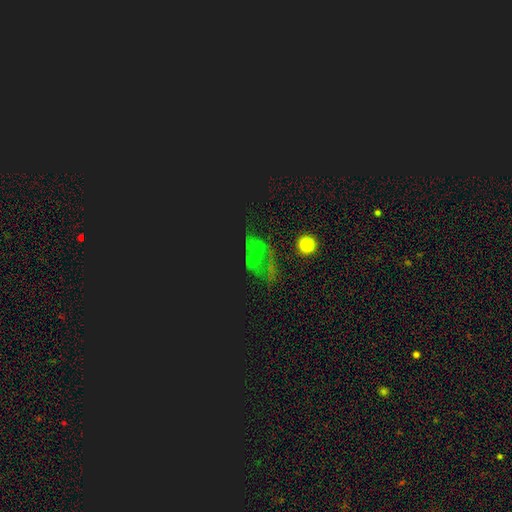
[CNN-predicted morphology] Overall: star or artifact (57%; featured or disk 22%).